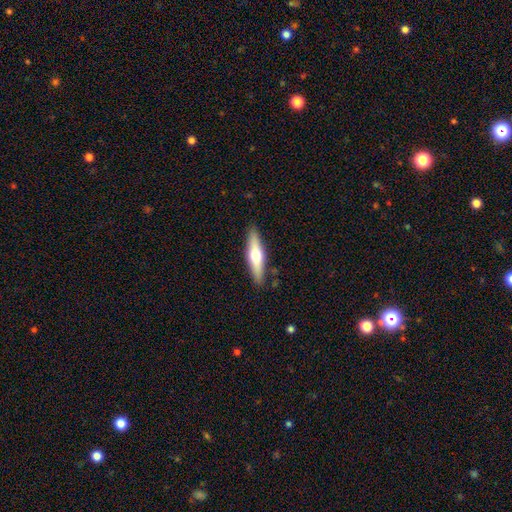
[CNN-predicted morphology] Smooth or featured? Predicted: smooth (p=0.49). Merging? Predicted: none (p=0.88).